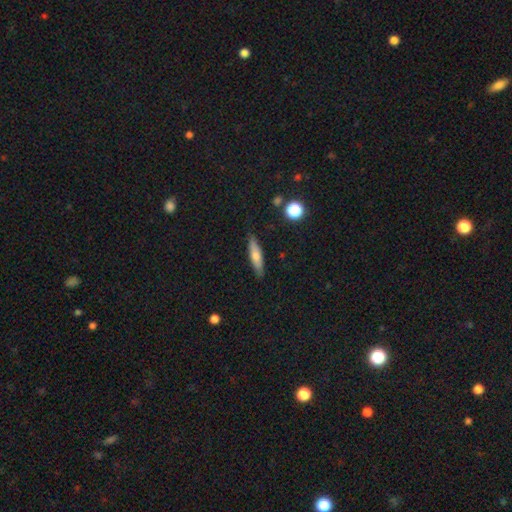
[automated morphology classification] Overall: smooth (64%; featured or disk 29%). How rounded: cigar-shaped (75%). Merging: none (86%).